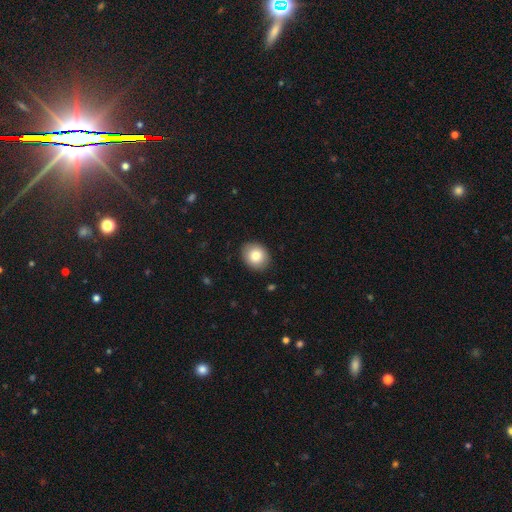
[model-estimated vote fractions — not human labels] Smooth or featured?
  - smooth: 81% *
  - featured or disk: 10%
  - star or artifact: 8%
How rounded?
  - round: 69% *
  - in between: 31%
  - cigar-shaped: 1%
Merging?
  - none: 89% *
  - minor disturbance: 8%
  - major disturbance: 2%
  - merger: 1%